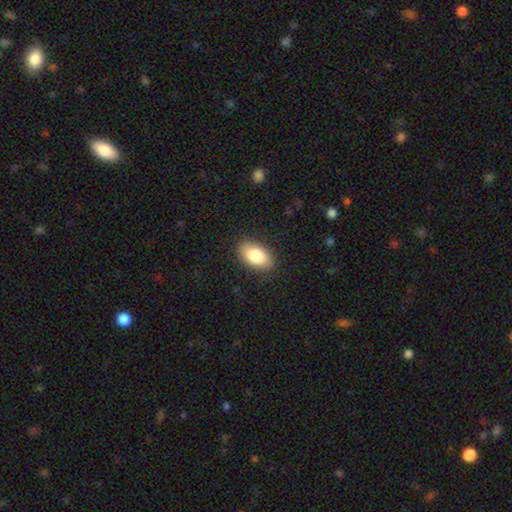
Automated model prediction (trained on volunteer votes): smooth-or-featured: smooth: 83% | featured or disk: 11% | star or artifact: 7%
  how-rounded: in between: 93% | round: 4% | cigar-shaped: 2%
  merging: none: 86% | minor disturbance: 10% | major disturbance: 3% | merger: 1%